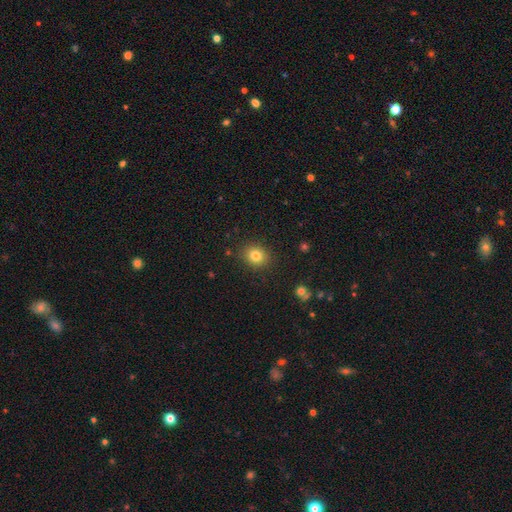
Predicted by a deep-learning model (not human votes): Overall: smooth (81%). How rounded: round (71%). Merging: none (88%).